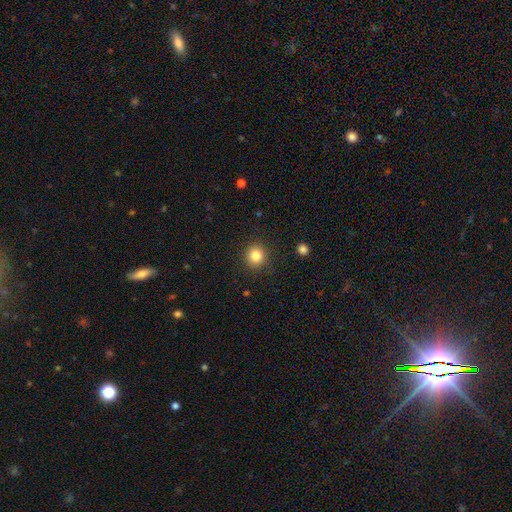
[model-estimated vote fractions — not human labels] smooth 83%, star or artifact 11%, featured or disk 6%. Down the decision tree: how rounded — round (90%); merging — none (90%).